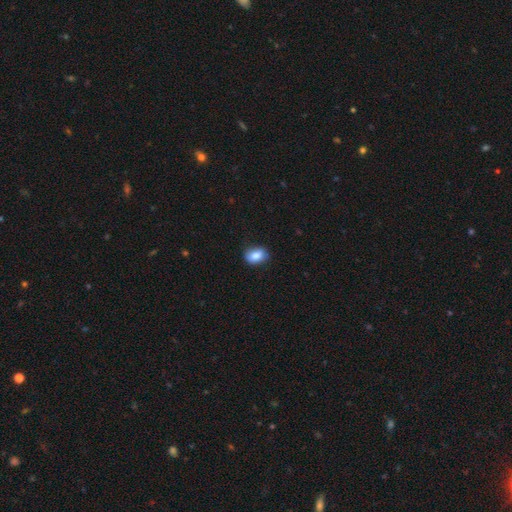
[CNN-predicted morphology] Smooth or featured: smooth — 85% (star or artifact — 8%)
How rounded: in between — 77% (round — 22%)
Merging: none — 80% (minor disturbance — 16%)